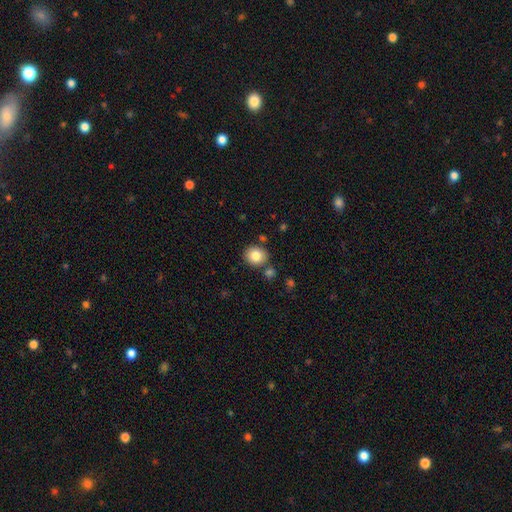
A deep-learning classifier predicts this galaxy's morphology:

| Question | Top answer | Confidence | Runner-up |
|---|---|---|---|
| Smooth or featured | smooth | 82% | star or artifact (10%) |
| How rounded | round | 79% | in between (21%) |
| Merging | none | 80% | minor disturbance (9%) |